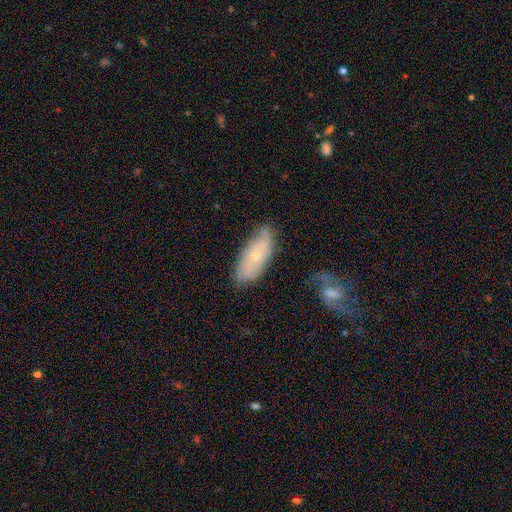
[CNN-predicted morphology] smooth-or-featured: featured or disk: 48% | smooth: 45% | star or artifact: 7%
  merging: none: 63% | minor disturbance: 28% | major disturbance: 6% | merger: 3%